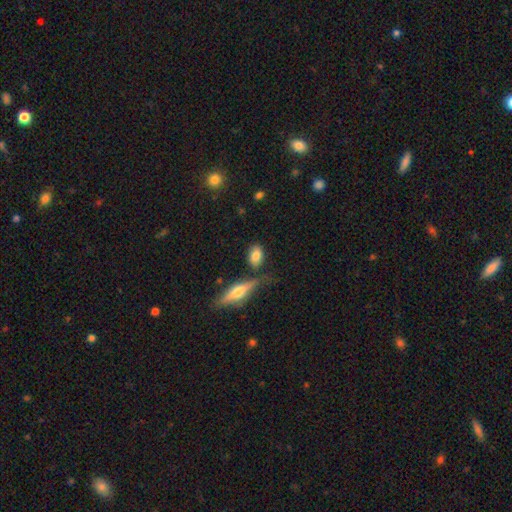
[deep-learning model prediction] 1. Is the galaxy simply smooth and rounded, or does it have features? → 77% smooth, 15% featured or disk, 7% star or artifact.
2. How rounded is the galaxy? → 82% in between, 13% round, 5% cigar-shaped.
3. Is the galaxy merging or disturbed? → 73% none, 14% minor disturbance, 9% merger, 4% major disturbance.